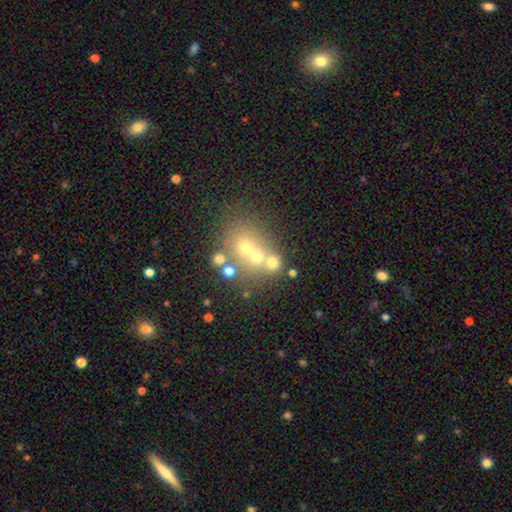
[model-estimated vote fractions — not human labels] smooth-or-featured: smooth: 47% | featured or disk: 30% | star or artifact: 23%
  merging: merger: 45% | none: 41% | minor disturbance: 8% | major disturbance: 5%